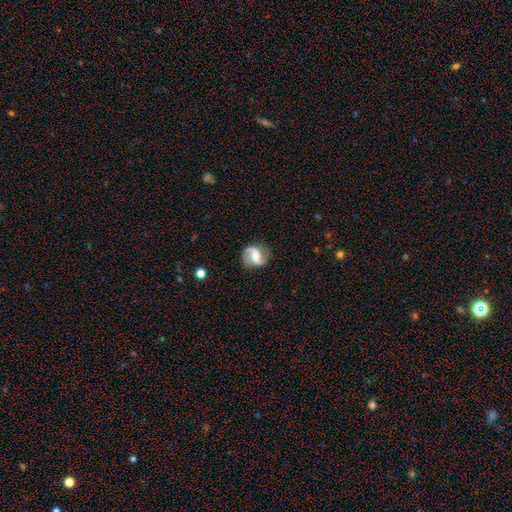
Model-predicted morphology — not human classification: Smooth or featured? featured or disk (84%)
Edge-on disk? no (98%)
Bar? weak (43%)
Spiral arms? yes (95%)
Spiral winding? loose (51%)
Spiral arm count? 2 (92%)
Bulge size? moderate (56%)
Merging? none (82%)